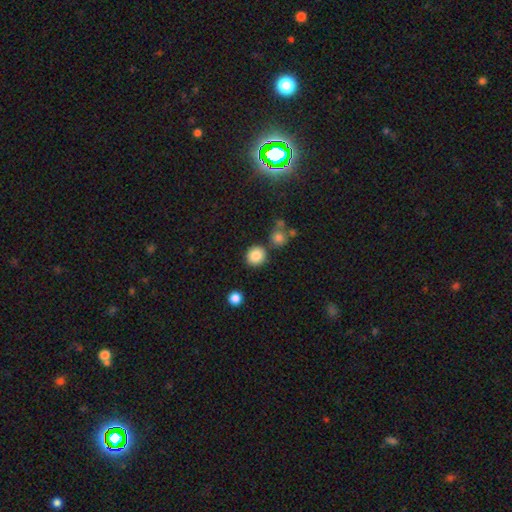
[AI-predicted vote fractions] Smooth or featured? smooth (84%)
How rounded? round (88%)
Merging? none (81%)